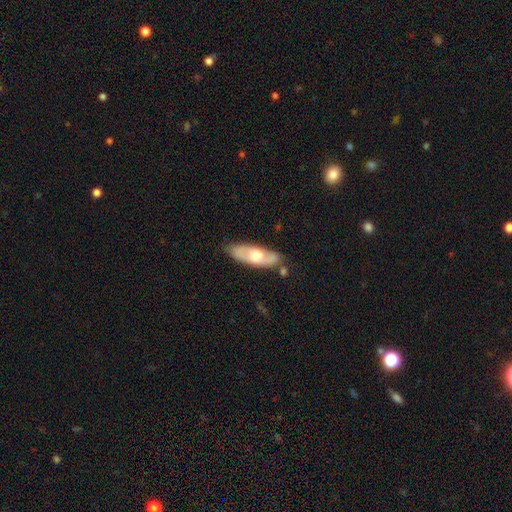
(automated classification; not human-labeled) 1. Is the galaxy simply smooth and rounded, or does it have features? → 52% featured or disk, 43% smooth, 5% star or artifact.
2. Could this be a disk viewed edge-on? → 65% no, 35% yes.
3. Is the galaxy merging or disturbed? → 76% none, 16% minor disturbance, 4% merger, 4% major disturbance.